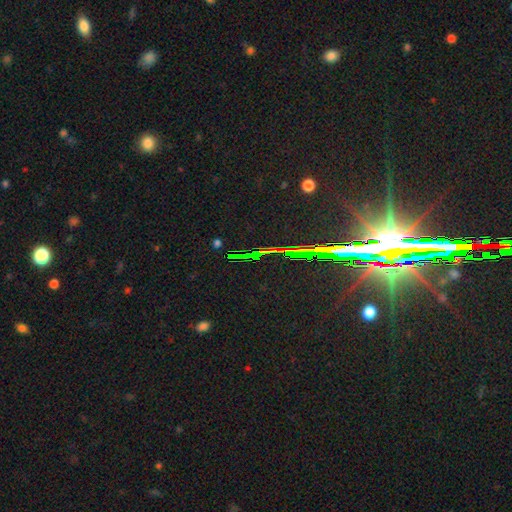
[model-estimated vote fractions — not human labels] This appears to be a star or artifact, not a galaxy (81%).